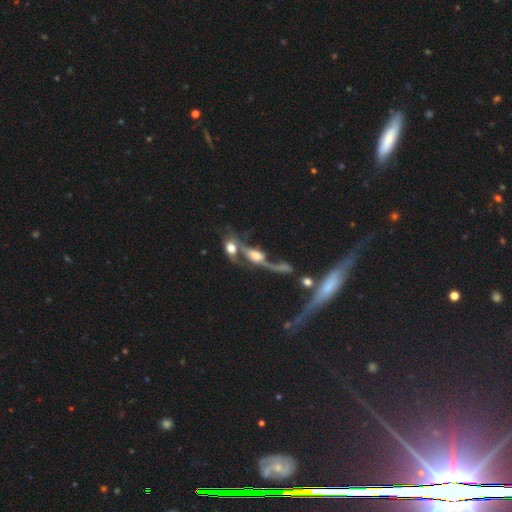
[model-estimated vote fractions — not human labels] Smooth or featured: featured or disk — 65% (smooth — 22%)
Edge-on disk: no — 65% (yes — 35%)
Merging: merger — 56% (none — 20%)